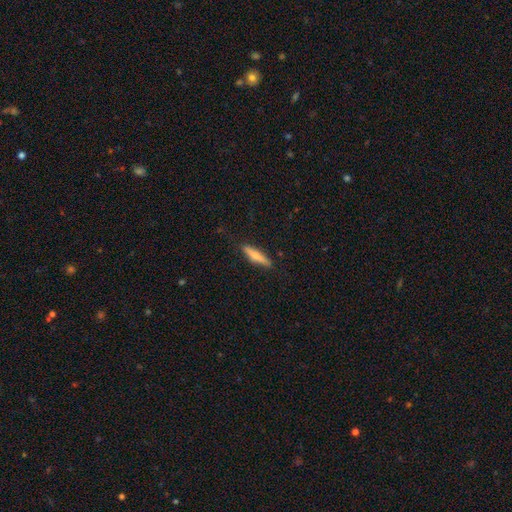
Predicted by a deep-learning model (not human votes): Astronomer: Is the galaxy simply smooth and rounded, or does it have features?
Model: smooth — 64%.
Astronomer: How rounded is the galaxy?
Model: cigar-shaped — 86%.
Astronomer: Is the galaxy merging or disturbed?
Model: none — 86%.